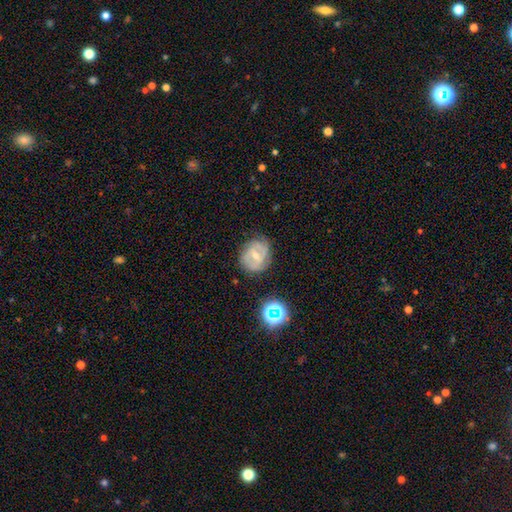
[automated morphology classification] This appears to be a featured or disk galaxy (64%) with a weak bar (52%), 2 (54%) tight (46%) spiral arms (81%) and a small central bulge (51%). Merging: none (71%).